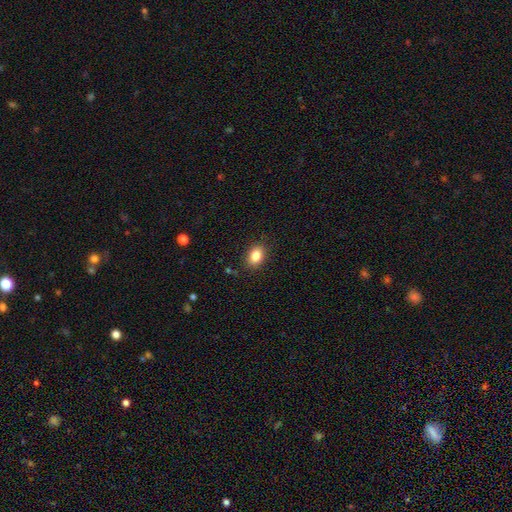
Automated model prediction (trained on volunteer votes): Smooth or featured? smooth (84%)
How rounded? in between (74%)
Merging? none (87%)